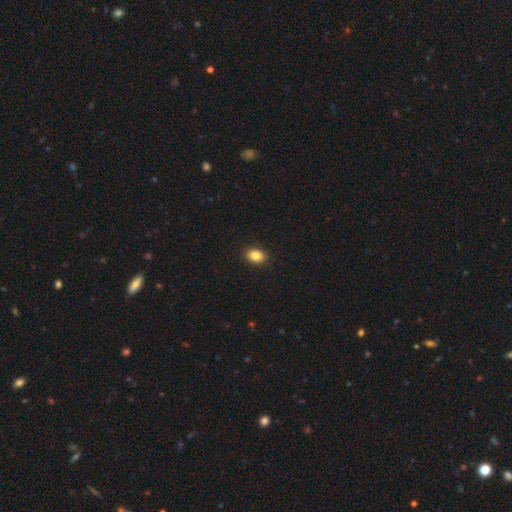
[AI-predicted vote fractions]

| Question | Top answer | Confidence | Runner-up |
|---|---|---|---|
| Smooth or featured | smooth | 86% | star or artifact (9%) |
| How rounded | in between | 77% | round (22%) |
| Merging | none | 91% | minor disturbance (7%) |